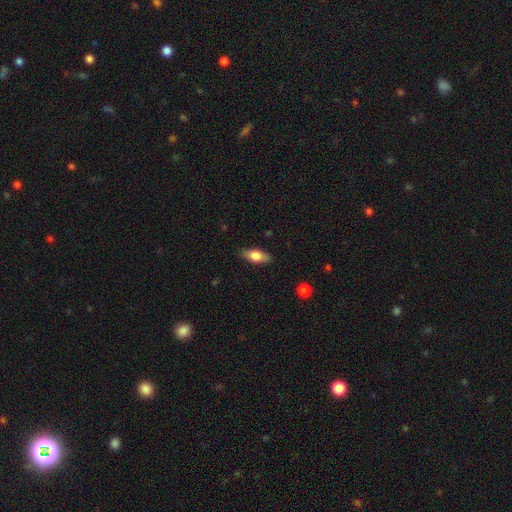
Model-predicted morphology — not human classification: Overall: smooth (71%). How rounded: in between (78%). Merging: none (85%).